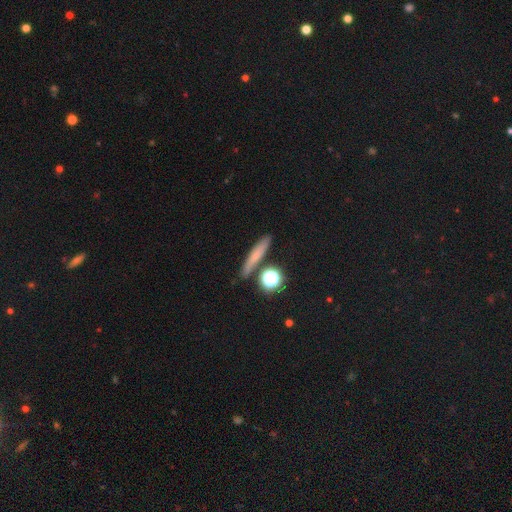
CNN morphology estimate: smooth-or-featured: smooth: 60% | featured or disk: 24% | star or artifact: 16%
  how-rounded: cigar-shaped: 71% | round: 16% | in between: 13%
  merging: none: 80% | minor disturbance: 10% | merger: 7% | major disturbance: 3%